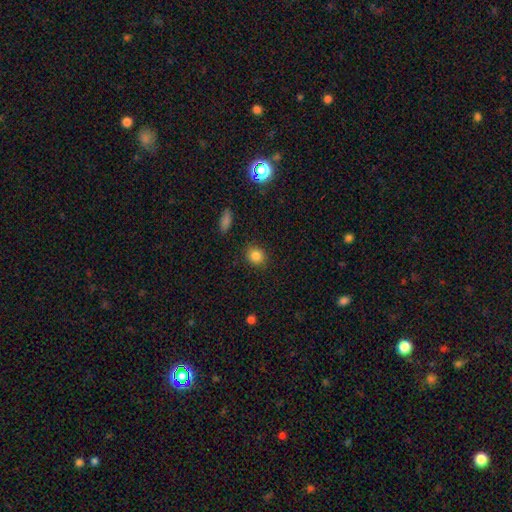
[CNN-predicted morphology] smooth_or_featured: smooth (p=0.85) [alt: star or artifact p=0.11]
how_rounded: round (p=0.81) [alt: in between p=0.18]
merging: none (p=0.88) [alt: minor disturbance p=0.07]